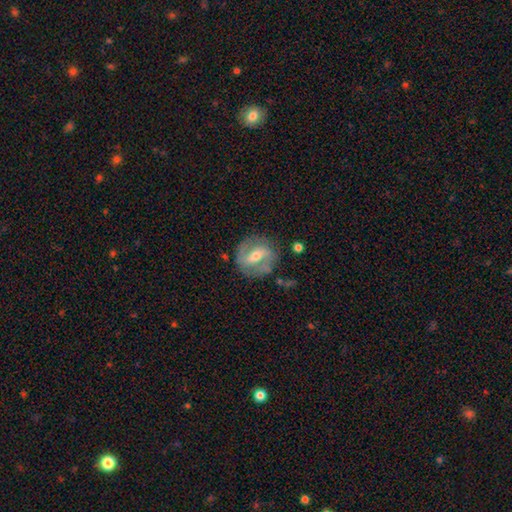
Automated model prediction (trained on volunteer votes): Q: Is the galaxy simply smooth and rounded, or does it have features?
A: featured or disk — 72%.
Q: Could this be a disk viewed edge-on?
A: no — 94%.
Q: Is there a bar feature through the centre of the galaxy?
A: strong — 46%.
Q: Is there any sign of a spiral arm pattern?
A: yes — 74%.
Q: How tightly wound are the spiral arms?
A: medium — 44%.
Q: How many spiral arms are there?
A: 2 — 80%.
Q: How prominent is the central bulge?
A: moderate — 61%.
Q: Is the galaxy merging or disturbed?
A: none — 76%.